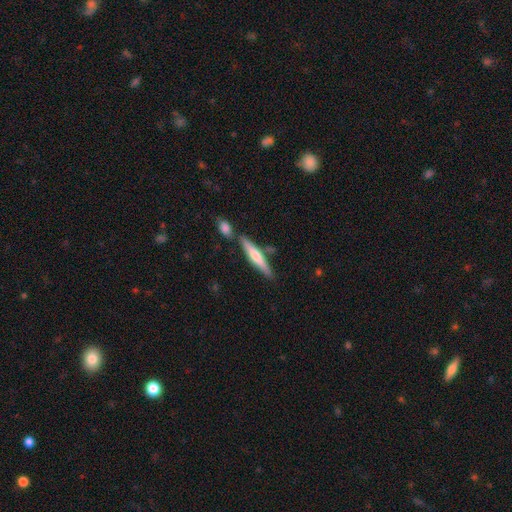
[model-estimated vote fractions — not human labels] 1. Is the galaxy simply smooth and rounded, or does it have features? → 47% featured or disk (tied), 47% smooth (tied), 6% star or artifact.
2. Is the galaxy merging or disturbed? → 73% none, 12% merger, 12% minor disturbance, 3% major disturbance.